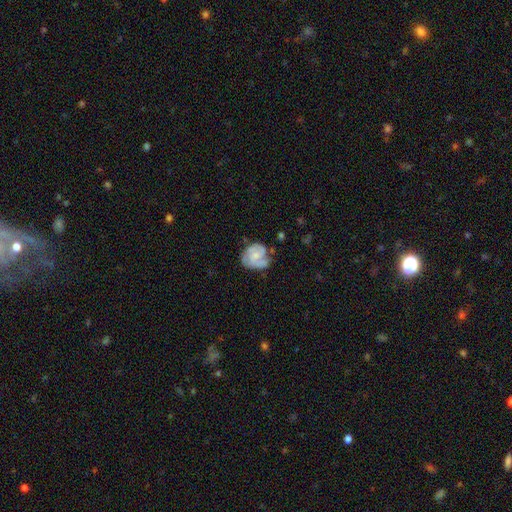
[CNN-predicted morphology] This appears to be a featured or disk galaxy (67%) with no bar (63%), 2 (45%) tight (50%) spiral arms (86%) and a small central bulge (49%). Merging: none (52%).